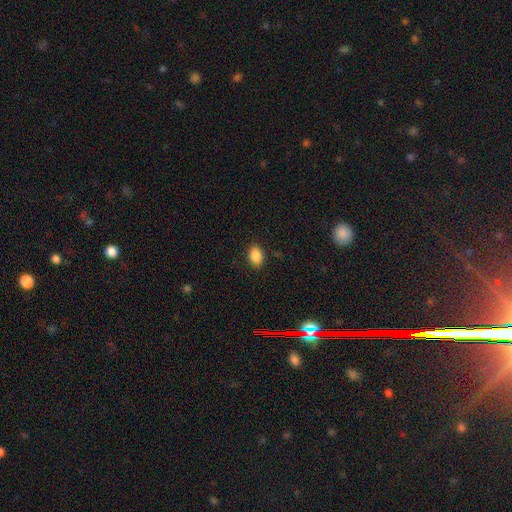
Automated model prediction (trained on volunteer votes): smooth 87%, star or artifact 9%, featured or disk 4%. Down the decision tree: how rounded — in between (83%); merging — none (88%).